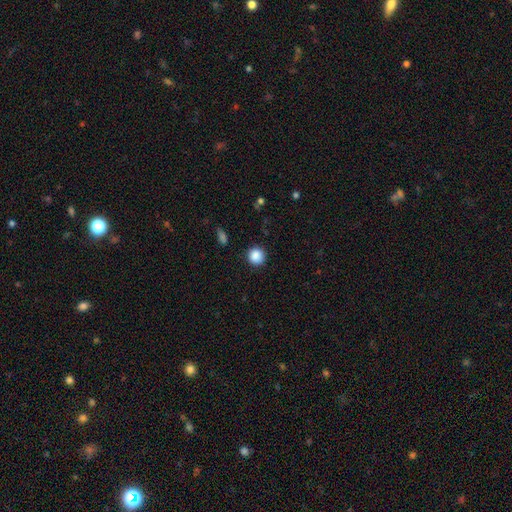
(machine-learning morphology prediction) smooth_or_featured: smooth (p=0.88) [alt: star or artifact p=0.09]
how_rounded: round (p=0.93) [alt: in between p=0.06]
merging: none (p=0.89) [alt: minor disturbance p=0.08]